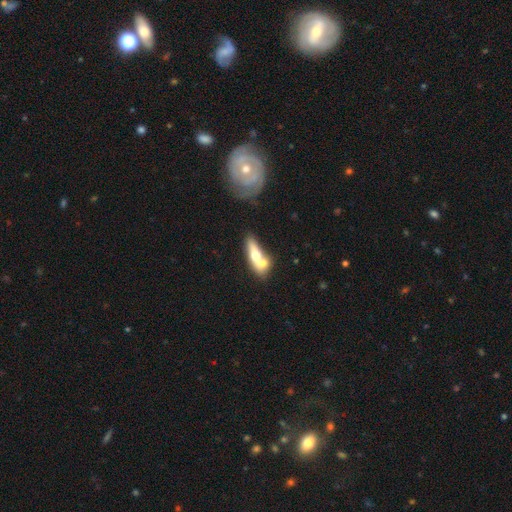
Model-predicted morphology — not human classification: The model was most divided on "smooth or featured": smooth: 54%, featured or disk: 40%, star or artifact: 6%. More confident: merging — merger (58%); how rounded — in between (56%).